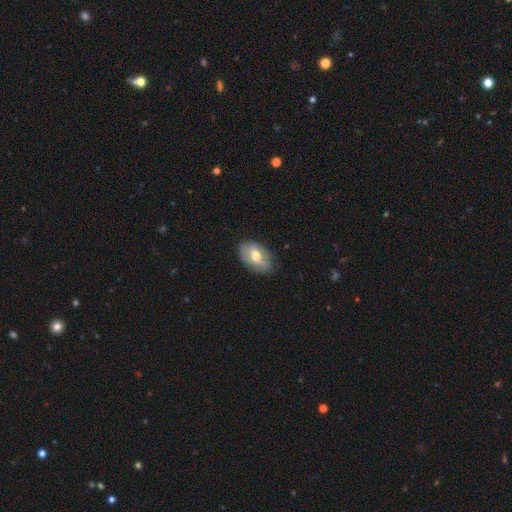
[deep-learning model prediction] A smooth galaxy with no disk features (53%) that is in between round and cigar-shaped (90%).

Vote fractions:
- Smooth or featured? smooth: 53% / featured or disk: 40% / star or artifact: 7%
- How rounded? in between: 90% / round: 8% / cigar-shaped: 2%
- Merging? none: 78% / minor disturbance: 17% / major disturbance: 4% / merger: 1%